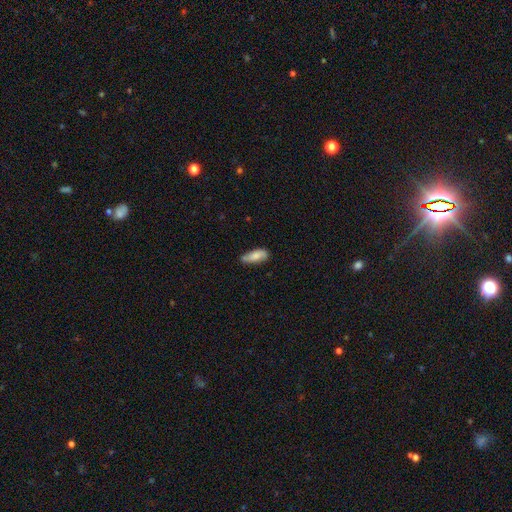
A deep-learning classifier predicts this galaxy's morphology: A smooth galaxy with no disk features (78%) that is in between round and cigar-shaped (73%). Merging: none (64%).